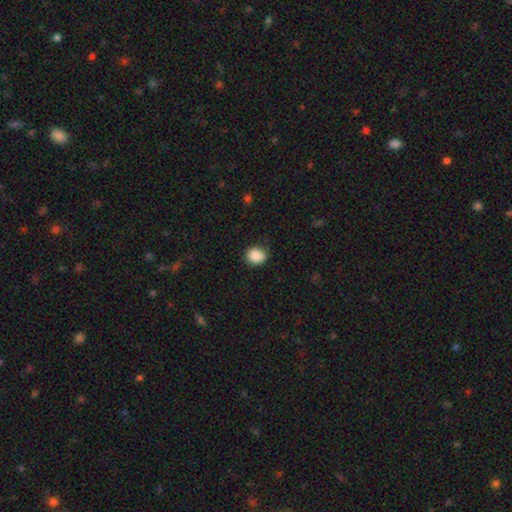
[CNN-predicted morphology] This is clearly a smooth galaxy (87%). How rounded: likely round (68%). Merging: likely none (68%).